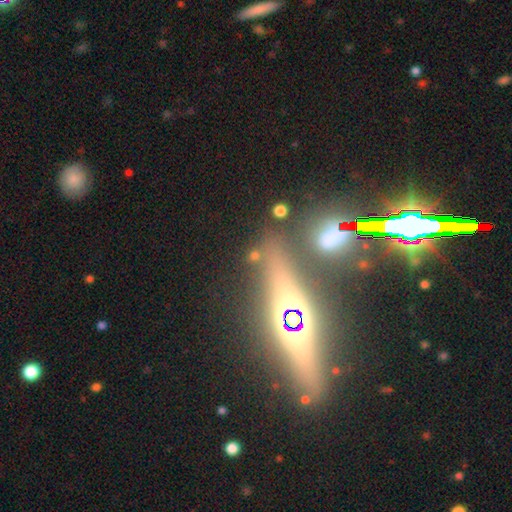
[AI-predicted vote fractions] A star or artifact, not a galaxy (55%).

Vote fractions:
- Smooth or featured? star or artifact: 55% / featured or disk: 23% / smooth: 22%